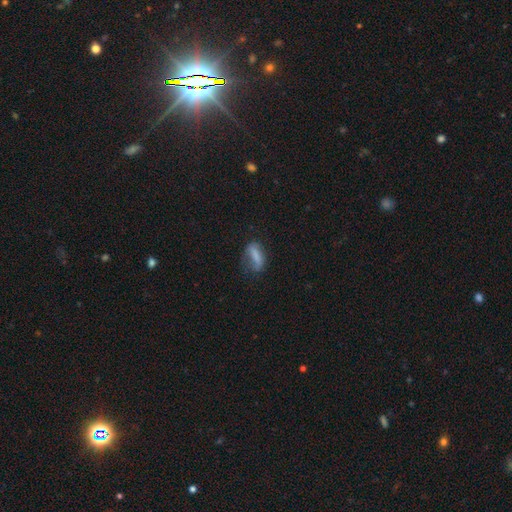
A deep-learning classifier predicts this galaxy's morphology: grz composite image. It shows a smooth galaxy with no disk features (69%) that is in between round and cigar-shaped (66%). Merging: none (47%).